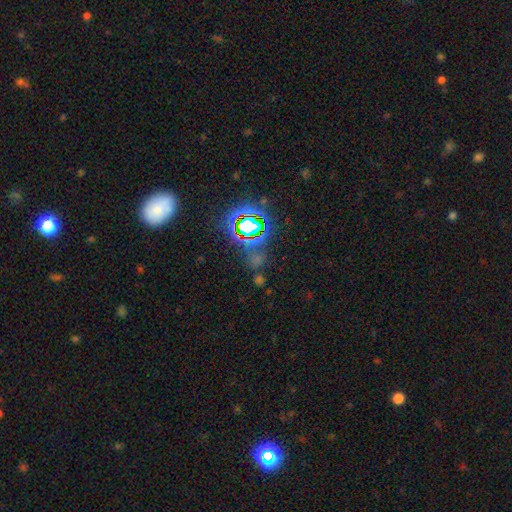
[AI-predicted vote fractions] The model was most divided on "smooth or featured": star or artifact: 67%, smooth: 23%, featured or disk: 10%.